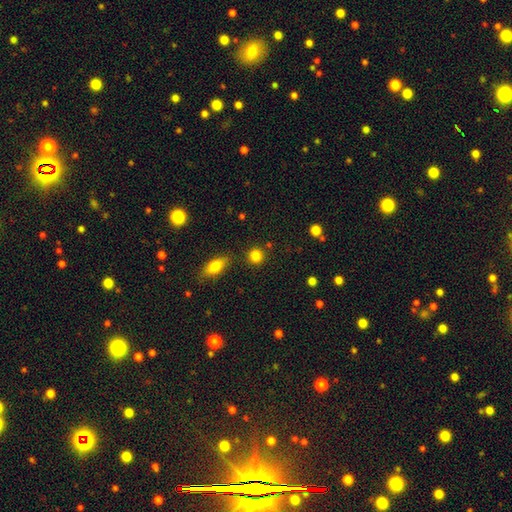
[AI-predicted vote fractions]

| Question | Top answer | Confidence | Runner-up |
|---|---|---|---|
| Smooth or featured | smooth | 84% | star or artifact (11%) |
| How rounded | round | 89% | in between (10%) |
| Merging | none | 86% | minor disturbance (7%) |